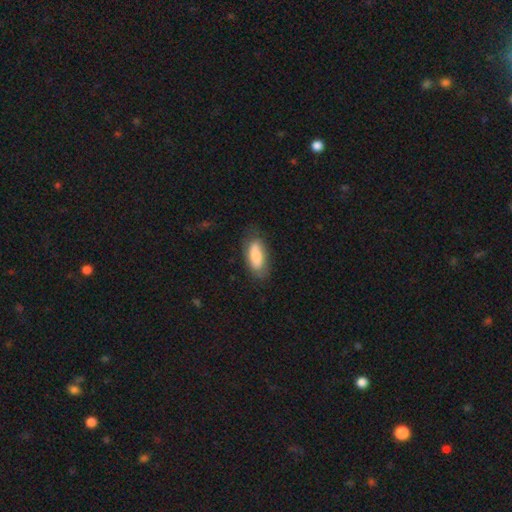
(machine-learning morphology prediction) A smooth galaxy with no disk features (78%) that is in between round and cigar-shaped (80%).

Vote fractions:
- Smooth or featured? smooth: 78% / featured or disk: 16% / star or artifact: 6%
- How rounded? in between: 80% / cigar-shaped: 18% / round: 2%
- Merging? none: 74% / minor disturbance: 19% / major disturbance: 6% / merger: 1%